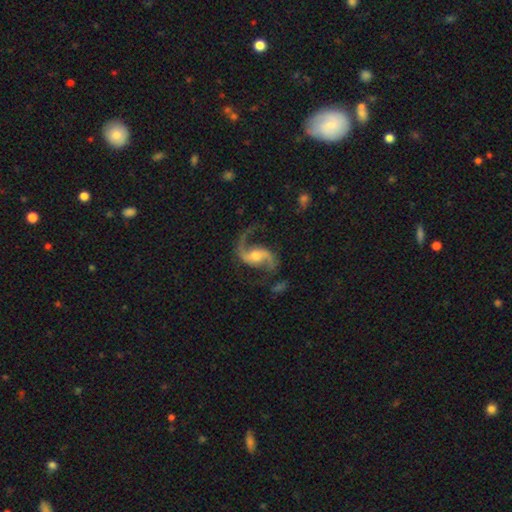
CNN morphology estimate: Smooth or featured? featured or disk (92%)
Edge-on disk? no (98%)
Bar? weak (40%)
Spiral arms? yes (97%)
Spiral winding? loose (66%)
Spiral arm count? 2 (92%)
Bulge size? moderate (59%)
Merging? none (72%)